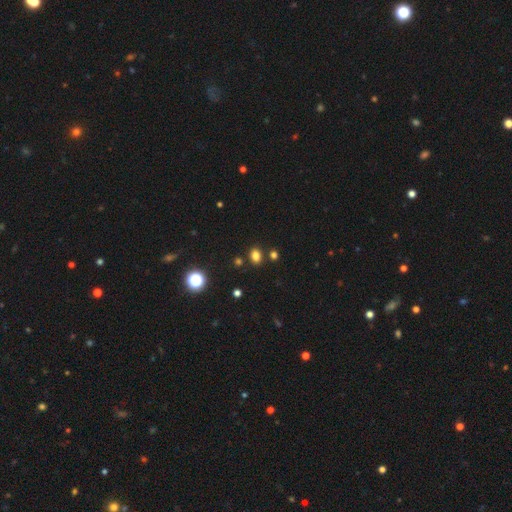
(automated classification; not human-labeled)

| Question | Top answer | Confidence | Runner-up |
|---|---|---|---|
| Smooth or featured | smooth | 79% | star or artifact (17%) |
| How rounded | in between | 64% | round (35%) |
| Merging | none | 83% | minor disturbance (8%) |